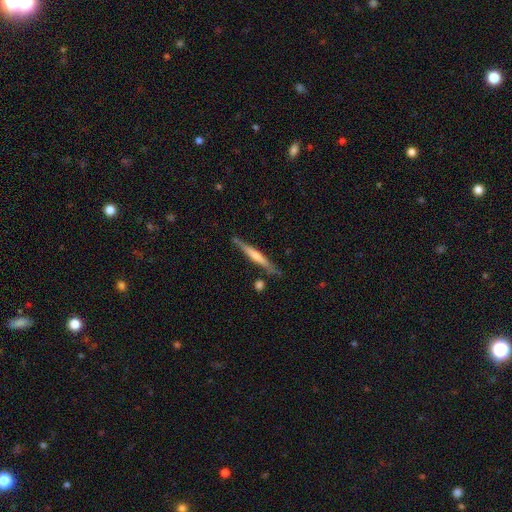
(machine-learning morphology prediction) Smooth or featured? Predicted: featured or disk (p=0.55). Edge-on disk? Predicted: yes (p=0.96). Edge-on bulge? Predicted: none (p=0.43). Merging? Predicted: none (p=0.80).